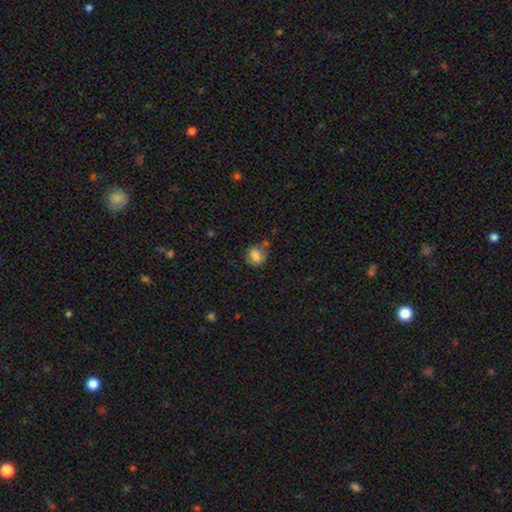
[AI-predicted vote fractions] Q: Smooth or featured?
A: smooth (78%); runner-up: featured or disk (12%)
Q: How rounded?
A: round (61%); runner-up: in between (37%)
Q: Merging?
A: none (56%); runner-up: minor disturbance (26%)